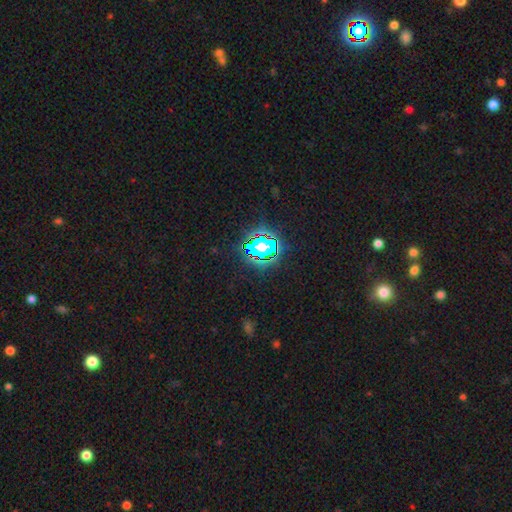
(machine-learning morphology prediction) Overall: star or artifact (78%).